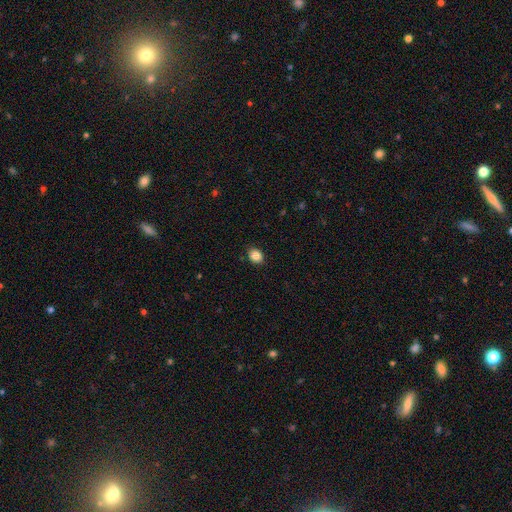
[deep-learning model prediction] Smooth or featured?
  - smooth: 86% *
  - star or artifact: 10%
  - featured or disk: 5%
How rounded?
  - round: 53% *
  - in between: 46%
  - cigar-shaped: 1%
Merging?
  - none: 88% *
  - minor disturbance: 9%
  - major disturbance: 2%
  - merger: 1%